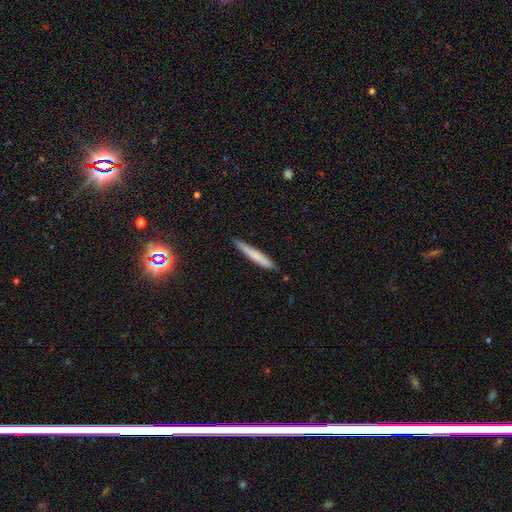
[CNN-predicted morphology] A smooth galaxy with no disk features (73%) that is cigar-shaped (95%).

Vote fractions:
- Smooth or featured? smooth: 73% / featured or disk: 20% / star or artifact: 7%
- How rounded? cigar-shaped: 95% / in between: 4% / round: 1%
- Merging? none: 85% / minor disturbance: 12% / major disturbance: 2% / merger: 1%